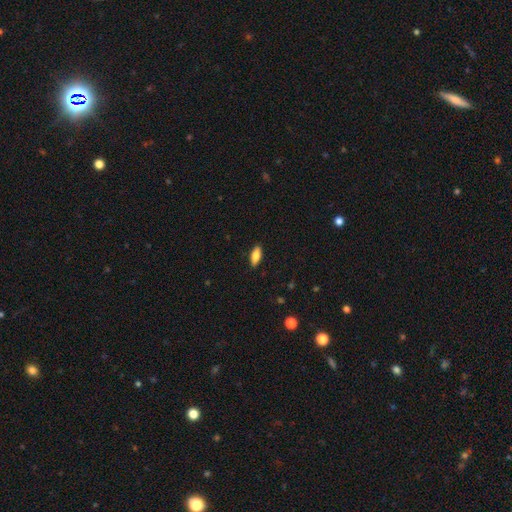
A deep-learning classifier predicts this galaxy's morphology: smooth-or-featured: smooth: 79% | featured or disk: 14% | star or artifact: 7%
  how-rounded: in between: 77% | cigar-shaped: 21% | round: 2%
  merging: none: 89% | minor disturbance: 9% | major disturbance: 2% | merger: 1%